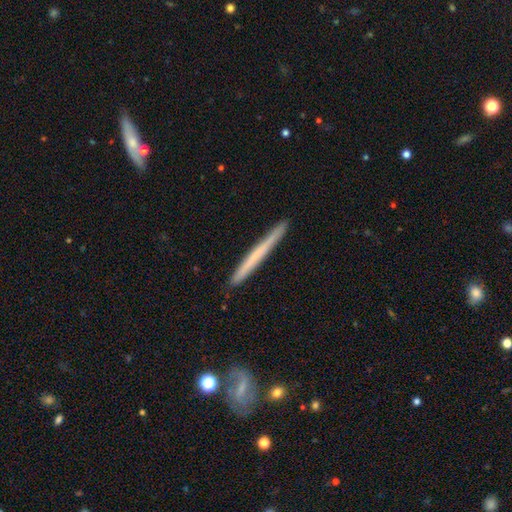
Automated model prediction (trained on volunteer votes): Smooth or featured? Predicted: smooth (p=0.51). How rounded? Predicted: cigar-shaped (p=0.97). Merging? Predicted: none (p=0.91).